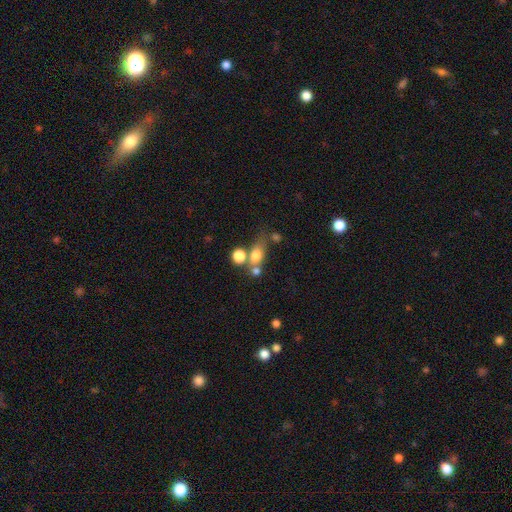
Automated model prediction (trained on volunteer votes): smooth 72%, featured or disk 14%, star or artifact 13%. Down the decision tree: how rounded — in between (56%); merging — none (44%).